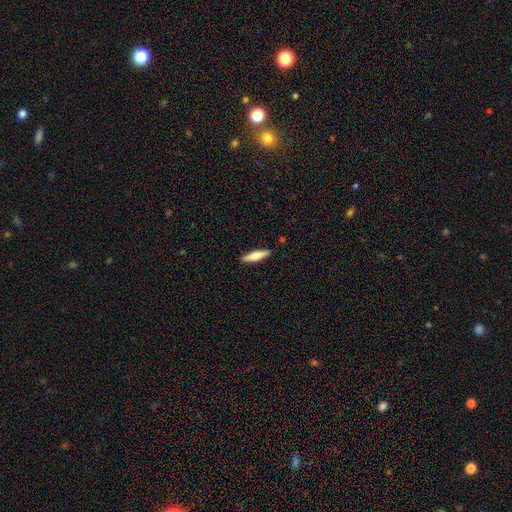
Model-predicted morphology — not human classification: Smooth or featured: smooth — 65% (featured or disk — 29%)
How rounded: cigar-shaped — 77% (in between — 21%)
Merging: none — 90% (minor disturbance — 7%)